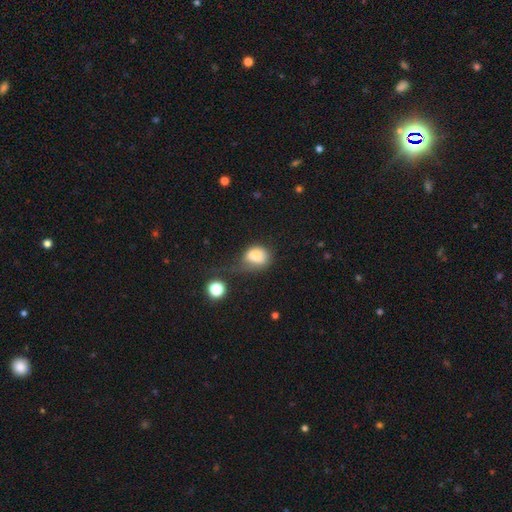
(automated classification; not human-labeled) Smooth or featured? smooth (78%)
How rounded? round (53%)
Merging? major disturbance (33%)